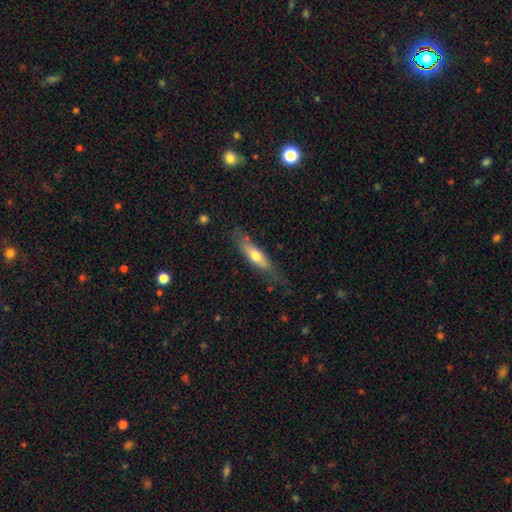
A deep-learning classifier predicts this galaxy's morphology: Smooth or featured: smooth — 60% (featured or disk — 34%)
How rounded: cigar-shaped — 60% (in between — 38%)
Merging: none — 65% (minor disturbance — 24%)